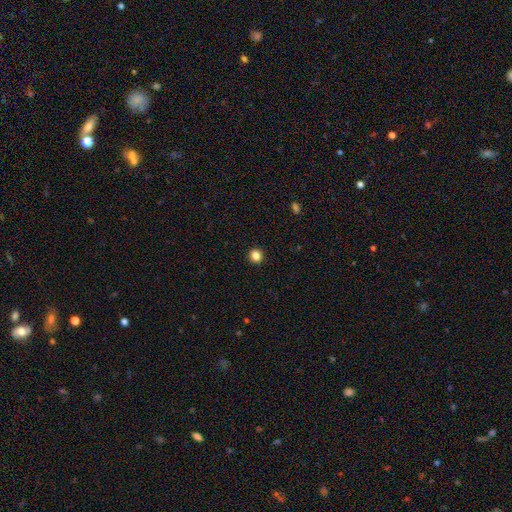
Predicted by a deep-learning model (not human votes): Smooth or featured? Predicted: smooth (p=0.84). How rounded? Predicted: round (p=0.90). Merging? Predicted: none (p=0.93).